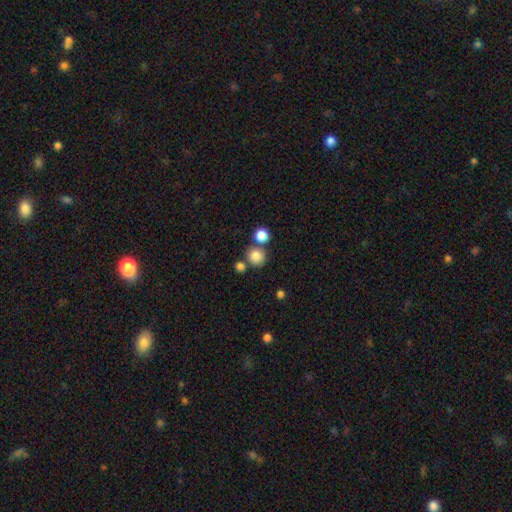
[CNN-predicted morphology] smooth_or_featured: smooth (p=0.83) [alt: star or artifact p=0.11]
how_rounded: round (p=0.91) [alt: in between p=0.08]
merging: none (p=0.70) [alt: merger p=0.19]